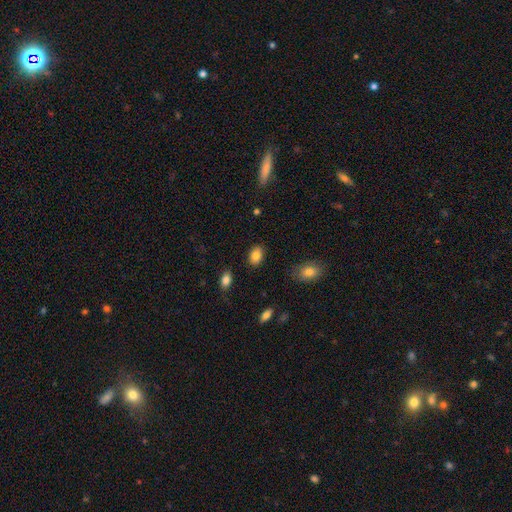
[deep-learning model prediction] smooth_or_featured: smooth (p=0.84) [alt: star or artifact p=0.08]
how_rounded: in between (p=0.80) [alt: round p=0.19]
merging: none (p=0.87) [alt: minor disturbance p=0.09]